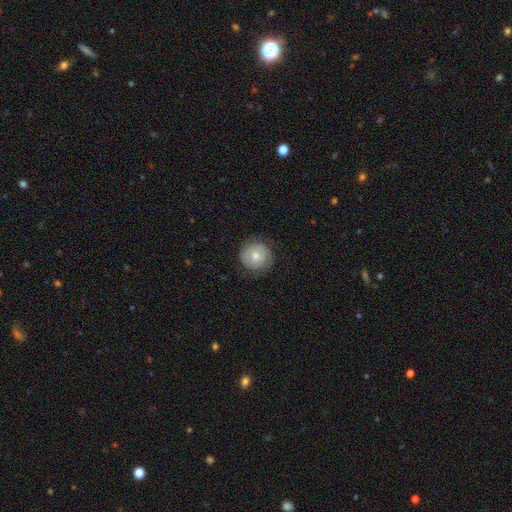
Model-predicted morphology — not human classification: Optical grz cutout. It shows a smooth galaxy with no disk features (52%) that is round (92%). Merging: none (79%).